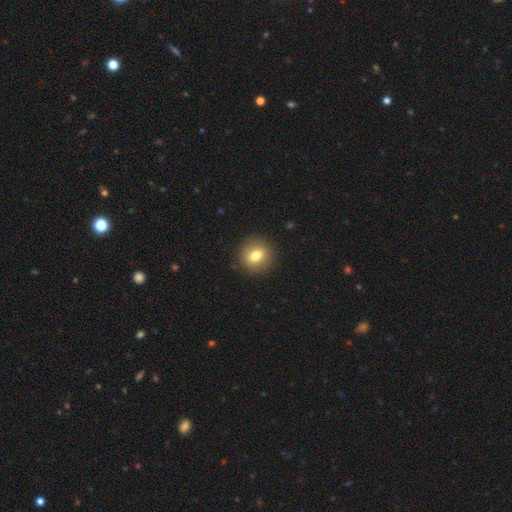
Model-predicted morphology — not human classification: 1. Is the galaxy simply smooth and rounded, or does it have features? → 73% smooth, 18% featured or disk, 9% star or artifact.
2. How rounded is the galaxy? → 80% round, 19% in between, 1% cigar-shaped.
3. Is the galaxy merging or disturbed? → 89% none, 8% minor disturbance, 3% major disturbance, 1% merger.